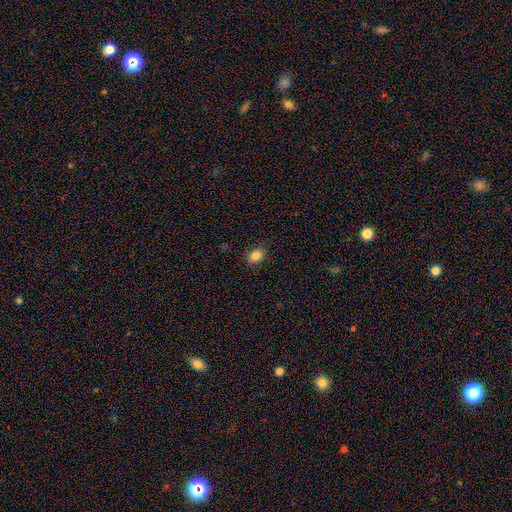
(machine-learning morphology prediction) smooth 84%, star or artifact 11%, featured or disk 4%. Down the decision tree: how rounded — in between (52%); merging — none (85%).